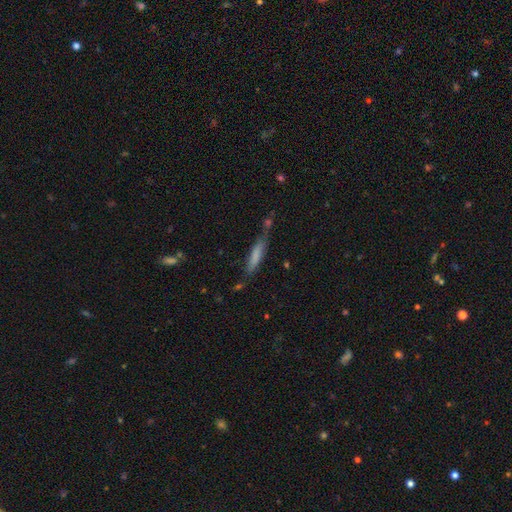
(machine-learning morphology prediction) type=smooth (69%); roundness=cigar-shaped (84%); merging=none (54%).